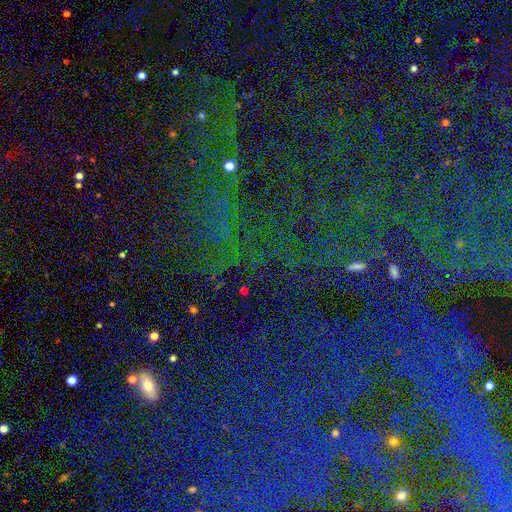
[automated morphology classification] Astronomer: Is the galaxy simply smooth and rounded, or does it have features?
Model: star or artifact — 77%.